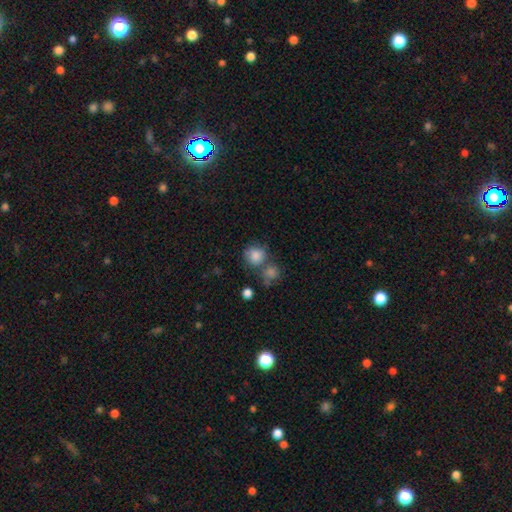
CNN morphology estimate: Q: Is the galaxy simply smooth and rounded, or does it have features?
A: smooth — 82%.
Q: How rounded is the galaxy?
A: round — 84%.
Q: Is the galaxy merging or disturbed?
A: none — 49%.